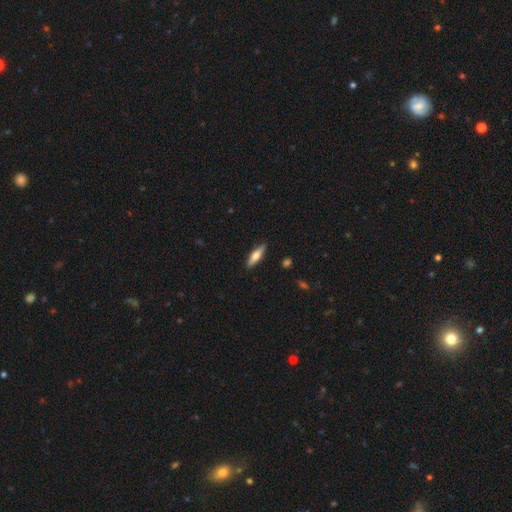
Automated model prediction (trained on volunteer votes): smooth-or-featured: smooth: 57% | featured or disk: 37% | star or artifact: 6%
  how-rounded: cigar-shaped: 64% | in between: 34% | round: 2%
  merging: none: 89% | minor disturbance: 8% | major disturbance: 2% | merger: 1%